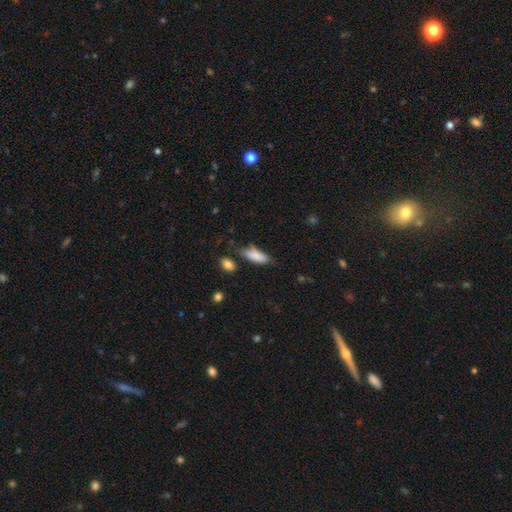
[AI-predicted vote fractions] A smooth galaxy with no disk features (82%) that is in between round and cigar-shaped (63%). Merging: none (56%).